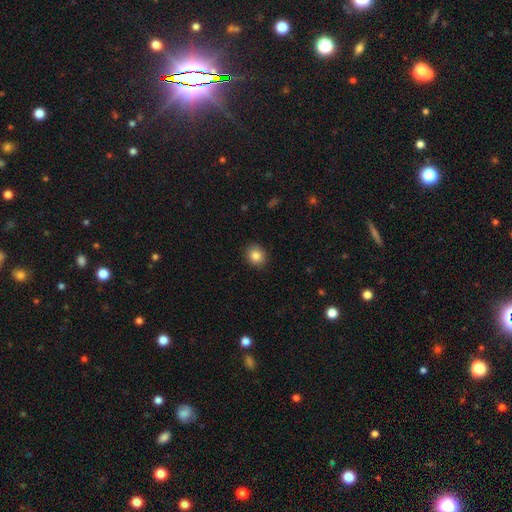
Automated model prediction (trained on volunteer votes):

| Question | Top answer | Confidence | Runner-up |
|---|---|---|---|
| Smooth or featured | smooth | 85% | star or artifact (9%) |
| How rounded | round | 78% | in between (21%) |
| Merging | none | 91% | minor disturbance (7%) |